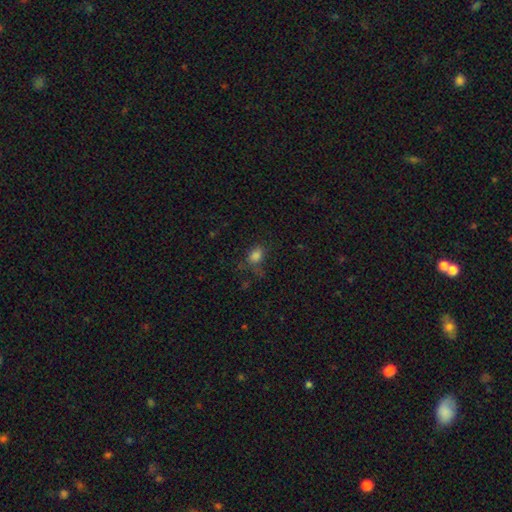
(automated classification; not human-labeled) Smooth or featured?
  - smooth: 80% *
  - star or artifact: 14%
  - featured or disk: 6%
How rounded?
  - in between: 70% *
  - round: 28%
  - cigar-shaped: 2%
Merging?
  - none: 57% *
  - minor disturbance: 24%
  - major disturbance: 15%
  - merger: 4%